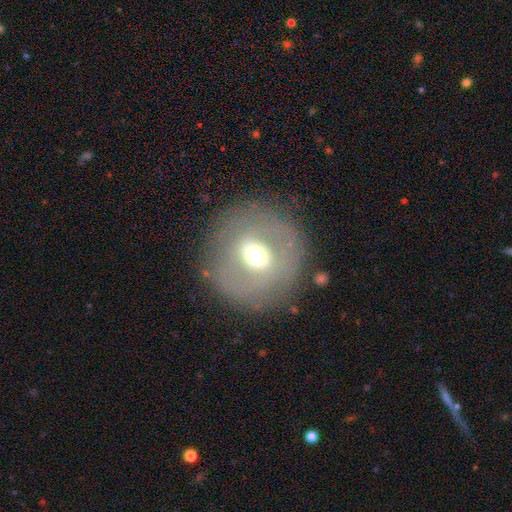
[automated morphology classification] A smooth galaxy with no disk features (47%). Merging: none (80%).